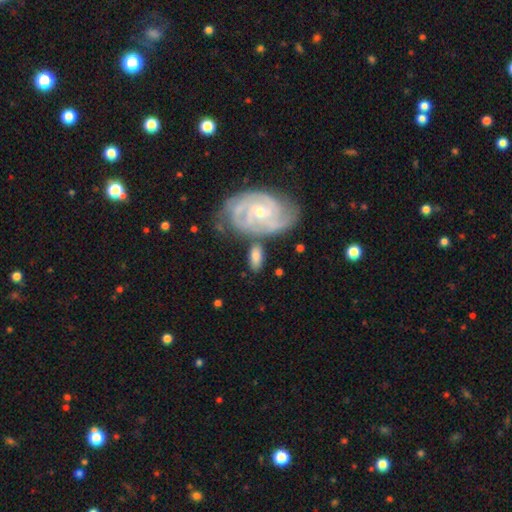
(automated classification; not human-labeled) Smooth or featured?
  - smooth: 51% *
  - featured or disk: 43%
  - star or artifact: 6%
How rounded?
  - in between: 88% *
  - round: 6%
  - cigar-shaped: 6%
Merging?
  - none: 61% *
  - minor disturbance: 18%
  - merger: 14%
  - major disturbance: 7%